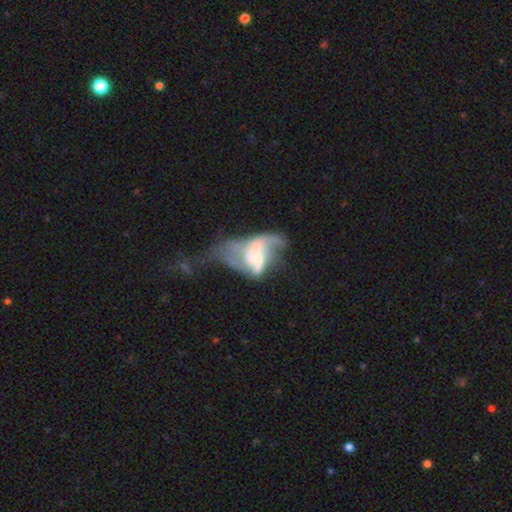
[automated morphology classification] Smooth or featured? Predicted: featured or disk (p=0.64). Edge-on disk? Predicted: no (p=0.95). Bar? Predicted: no (p=0.62). Spiral arms? Predicted: no (p=0.51). Bulge size? Predicted: moderate (p=0.31). Merging? Predicted: major disturbance (p=0.49).